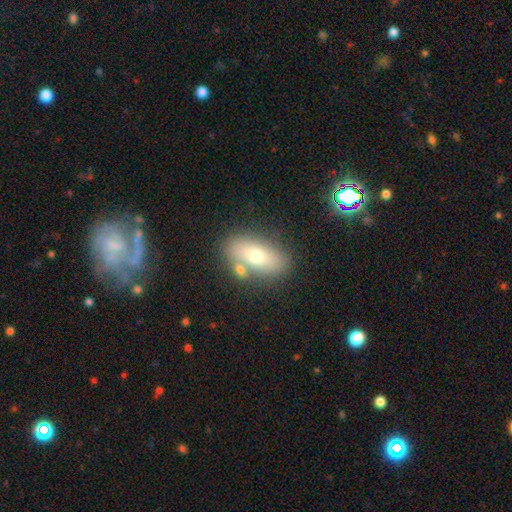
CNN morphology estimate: This appears to be a smooth galaxy with no disk features (69%) that is in between round and cigar-shaped (86%). Merging: none (69%).